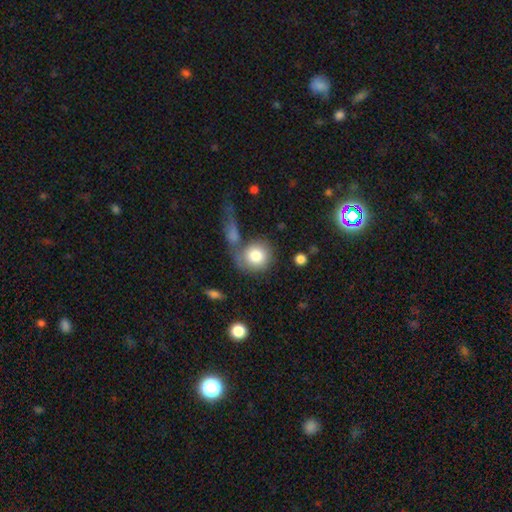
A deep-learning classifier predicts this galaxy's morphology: type=smooth (81%); roundness=round (87%); merging=none (51%).